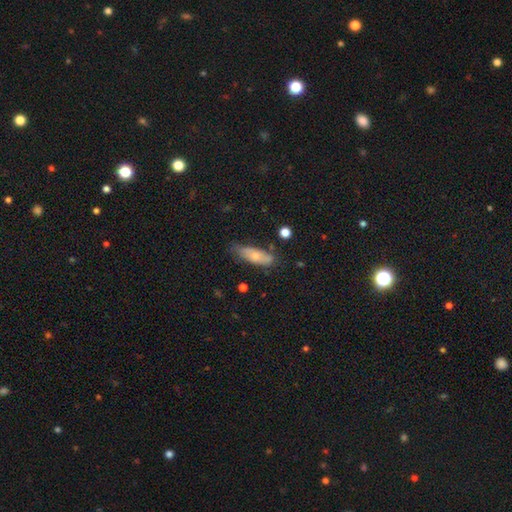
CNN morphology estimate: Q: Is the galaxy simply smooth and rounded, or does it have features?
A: smooth — 66%.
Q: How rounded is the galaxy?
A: in between — 61%.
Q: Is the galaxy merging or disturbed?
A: none — 61%.